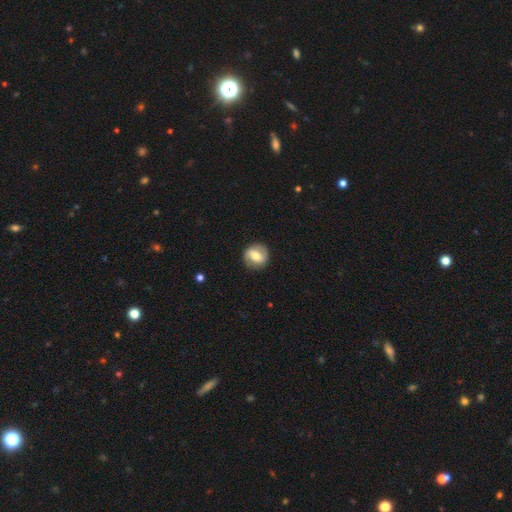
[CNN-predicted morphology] The model was most divided on "smooth or featured": smooth: 48%, featured or disk: 45%, star or artifact: 7%. More confident: merging — none (87%).